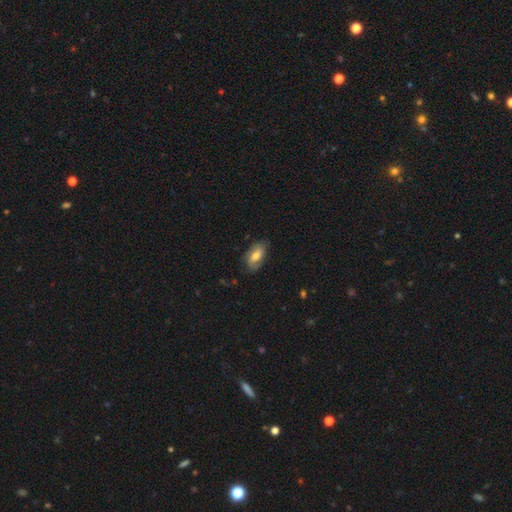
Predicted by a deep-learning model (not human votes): smooth_or_featured: smooth (p=0.53) [alt: featured or disk p=0.39]
how_rounded: in between (p=0.89) [alt: cigar-shaped p=0.06]
merging: none (p=0.70) [alt: minor disturbance p=0.23]